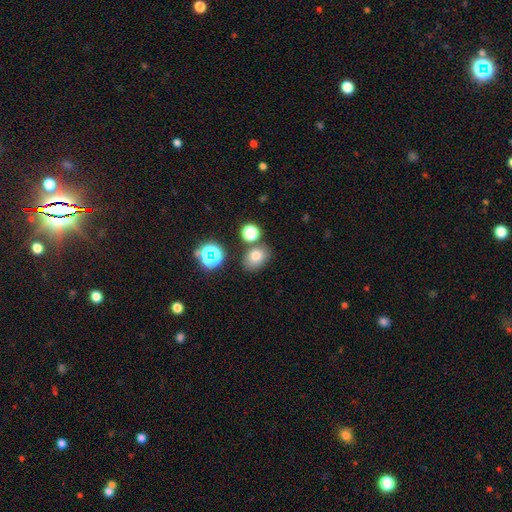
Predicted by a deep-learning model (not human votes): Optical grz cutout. It shows a smooth galaxy with no disk features (76%) that is in between round and cigar-shaped (62%). Merging: none (73%).